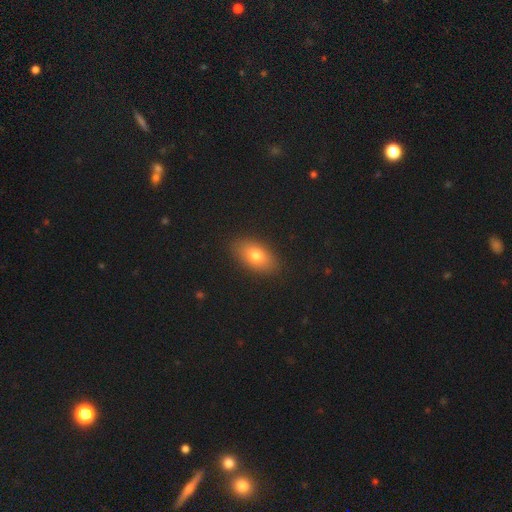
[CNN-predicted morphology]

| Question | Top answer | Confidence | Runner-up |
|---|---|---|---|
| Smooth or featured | smooth | 76% | featured or disk (15%) |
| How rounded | in between | 88% | round (8%) |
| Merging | none | 88% | minor disturbance (8%) |